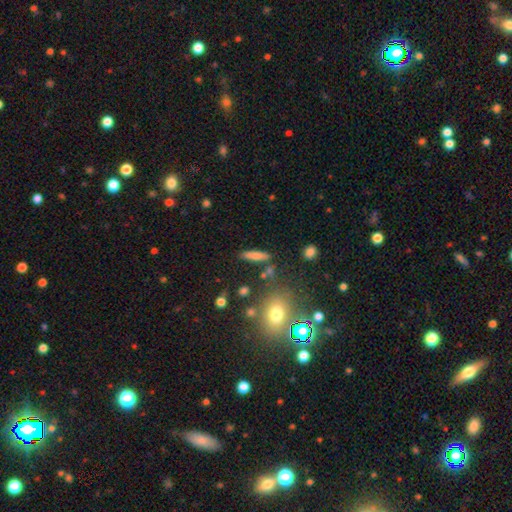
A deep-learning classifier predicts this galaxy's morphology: Smooth or featured? smooth (68%)
How rounded? cigar-shaped (75%)
Merging? none (80%)